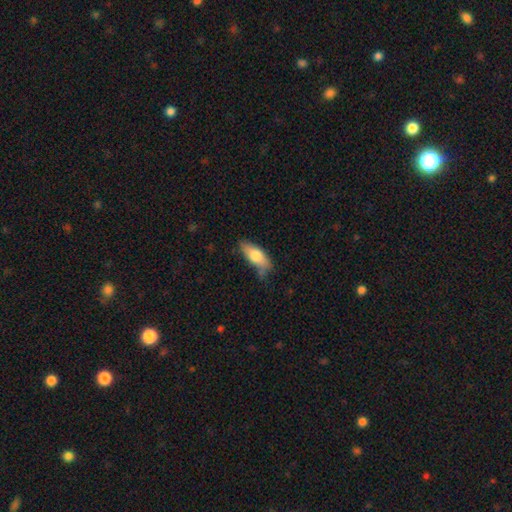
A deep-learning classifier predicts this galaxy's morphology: smooth-or-featured: smooth: 73% | featured or disk: 21% | star or artifact: 6%
  how-rounded: in between: 74% | cigar-shaped: 23% | round: 3%
  merging: none: 61% | minor disturbance: 29% | major disturbance: 7% | merger: 4%